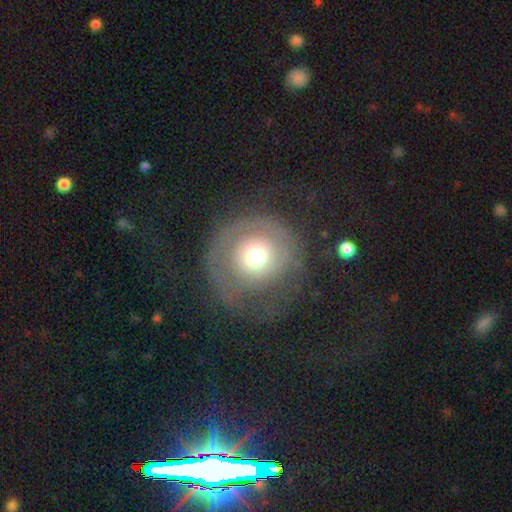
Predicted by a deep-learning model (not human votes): Smooth or featured: featured or disk — 47% (smooth — 45%)
Merging: none — 49% (major disturbance — 30%)